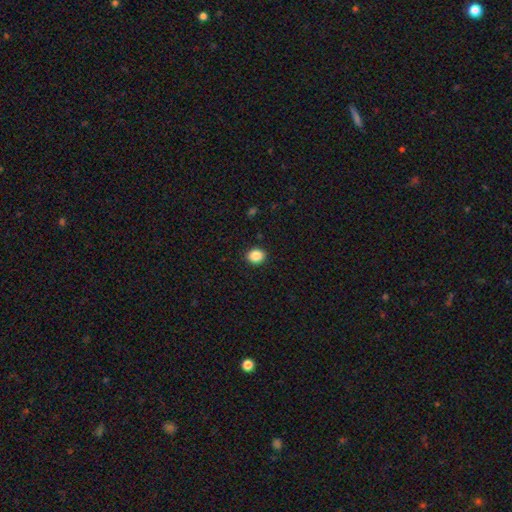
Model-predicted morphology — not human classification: This is clearly a smooth galaxy (87%). How rounded: likely round (70%). Merging: clearly none (92%).